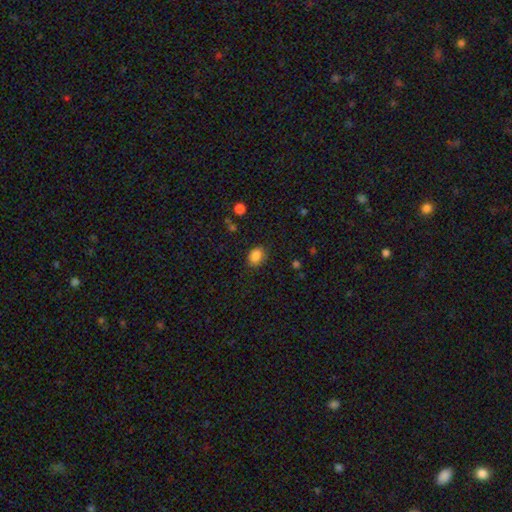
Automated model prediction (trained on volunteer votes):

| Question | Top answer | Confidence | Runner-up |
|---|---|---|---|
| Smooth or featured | smooth | 87% | star or artifact (10%) |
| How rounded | in between | 62% | round (37%) |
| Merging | none | 82% | minor disturbance (13%) |